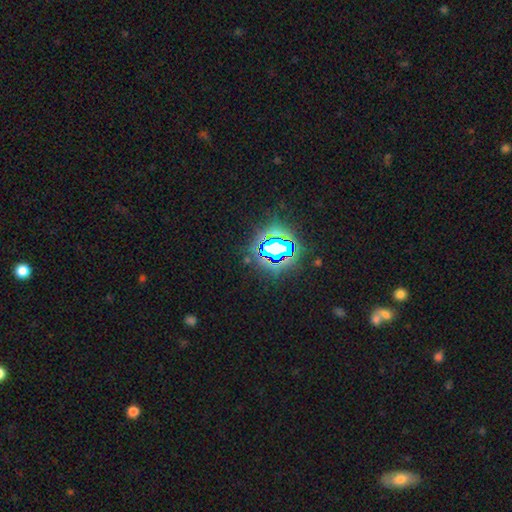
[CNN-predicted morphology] smooth-or-featured: star or artifact: 83% | smooth: 10% | featured or disk: 7%